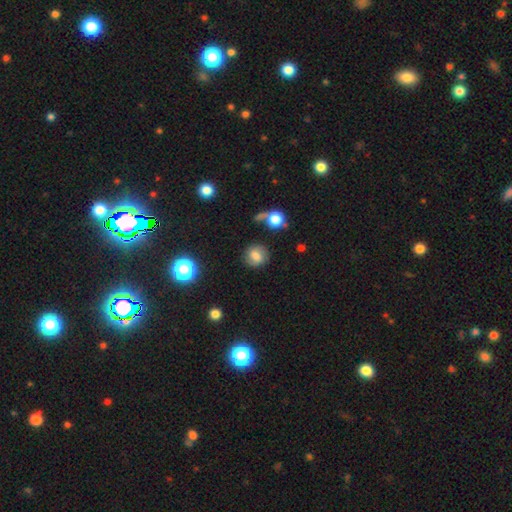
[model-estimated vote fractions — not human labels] Smooth or featured? smooth (64%)
How rounded? round (80%)
Merging? none (77%)